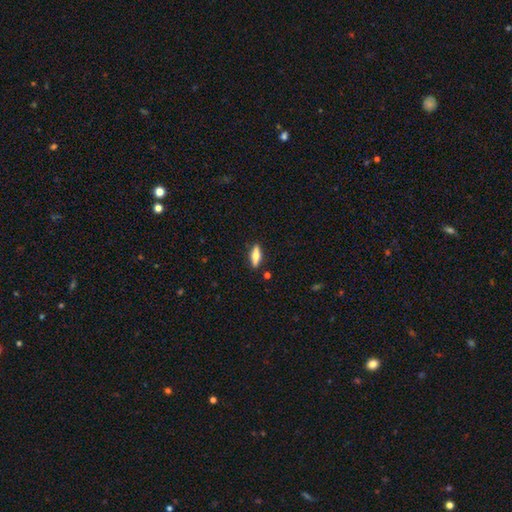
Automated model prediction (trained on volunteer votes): Overall: smooth (64%; featured or disk 29%). How rounded: cigar-shaped (57%; in between 40%). Merging: none (88%).